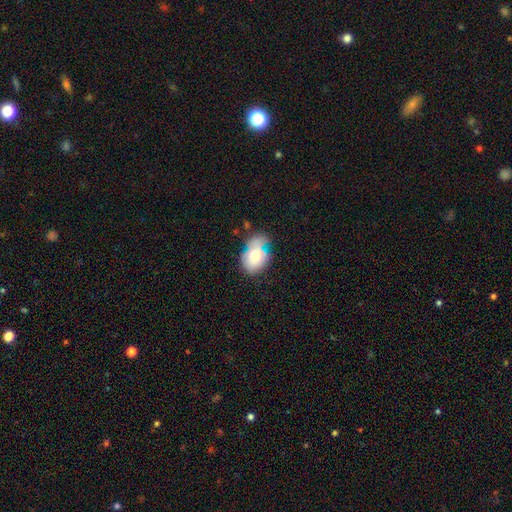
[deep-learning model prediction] Smooth or featured: smooth — 69% (featured or disk — 23%)
How rounded: in between — 76% (round — 23%)
Merging: none — 40% (minor disturbance — 35%)